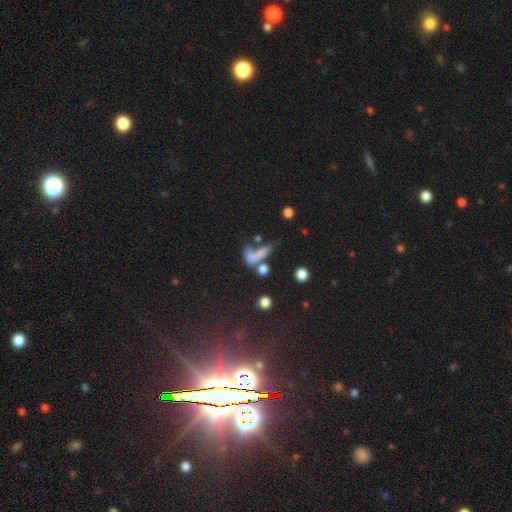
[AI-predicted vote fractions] smooth_or_featured: smooth (p=0.56) [alt: featured or disk p=0.27]
how_rounded: in between (p=0.47) [alt: cigar-shaped p=0.37]
merging: merger (p=0.38) [alt: none p=0.26]